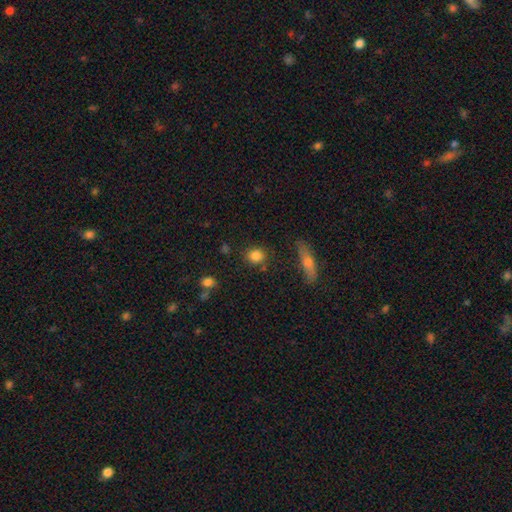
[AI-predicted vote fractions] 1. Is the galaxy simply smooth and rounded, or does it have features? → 84% smooth, 10% star or artifact, 6% featured or disk.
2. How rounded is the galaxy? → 74% round, 24% in between, 2% cigar-shaped.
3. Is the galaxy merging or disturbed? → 81% none, 11% minor disturbance, 5% merger, 3% major disturbance.